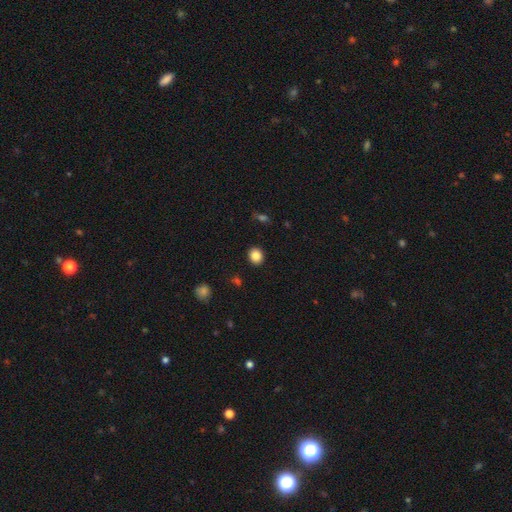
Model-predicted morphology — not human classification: Smooth or featured? smooth (85%)
How rounded? round (72%)
Merging? none (91%)